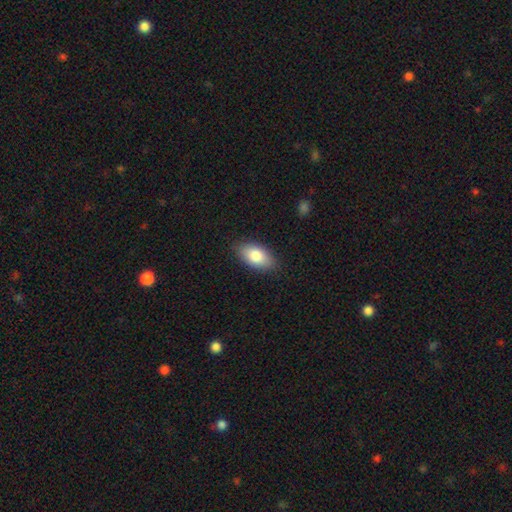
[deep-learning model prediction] Smooth or featured? Predicted: smooth (p=0.82). How rounded? Predicted: in between (p=0.92). Merging? Predicted: none (p=0.85).